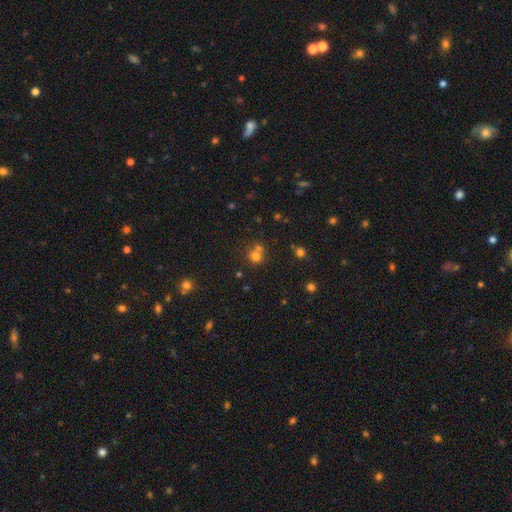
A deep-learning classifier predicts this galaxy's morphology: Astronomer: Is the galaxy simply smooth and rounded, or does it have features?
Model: smooth — 71%.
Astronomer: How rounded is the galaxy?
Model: round — 84%.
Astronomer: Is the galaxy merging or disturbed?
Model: none — 49% (runner-up: merger, 40%).